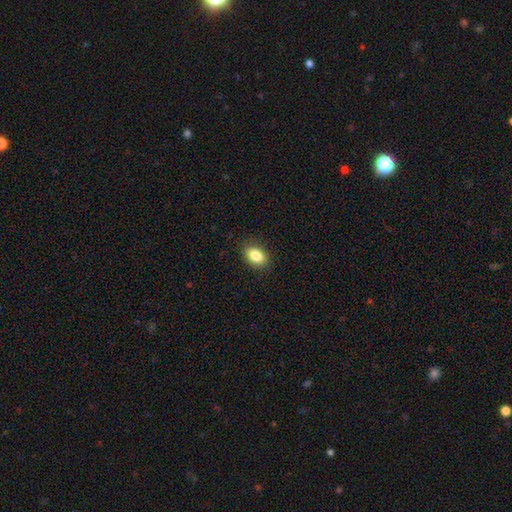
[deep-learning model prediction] This is clearly a smooth galaxy (85%). How rounded: clearly in between (85%). Merging: clearly none (88%).